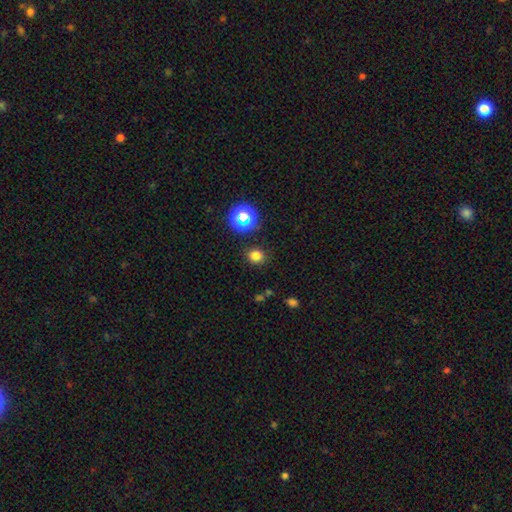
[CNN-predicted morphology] smooth_or_featured: smooth (p=0.77) [alt: star or artifact p=0.18]
how_rounded: round (p=0.78) [alt: in between p=0.21]
merging: none (p=0.87) [alt: minor disturbance p=0.08]